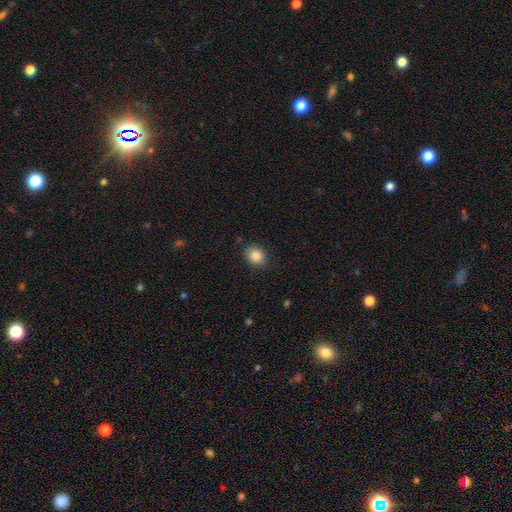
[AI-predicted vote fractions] A smooth galaxy with no disk features (87%) that is round (67%). Merging: none (86%).